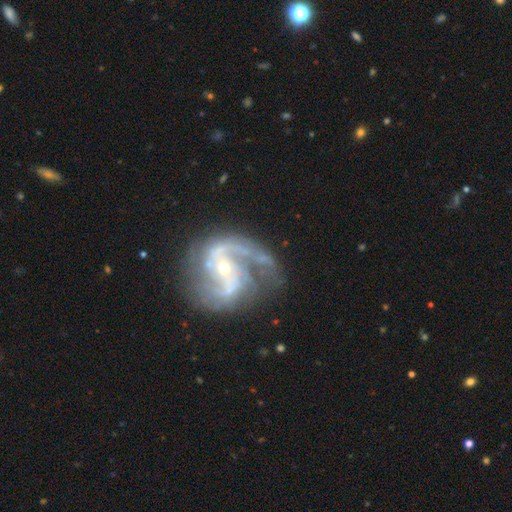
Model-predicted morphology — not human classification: A featured or disk galaxy (90%) with no bar (39%), 2 (83%) medium (57%) spiral arms (98%) and a small central bulge (69%). Merging: none (65%).